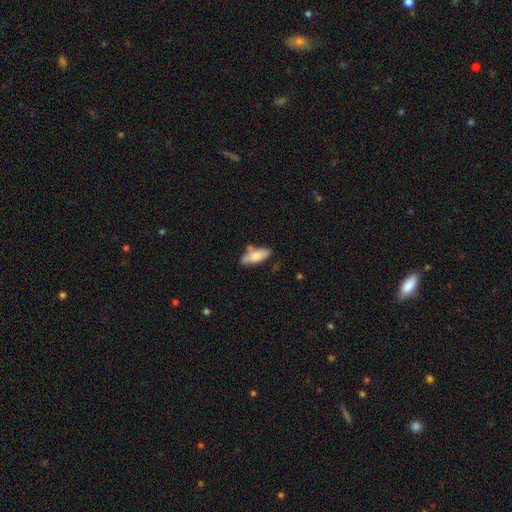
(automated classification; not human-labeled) A smooth galaxy with no disk features (76%) that is in between round and cigar-shaped (71%).

Vote fractions:
- Smooth or featured? smooth: 76% / featured or disk: 17% / star or artifact: 6%
- How rounded? in between: 71% / cigar-shaped: 27% / round: 2%
- Merging? none: 61% / minor disturbance: 22% / merger: 11% / major disturbance: 5%